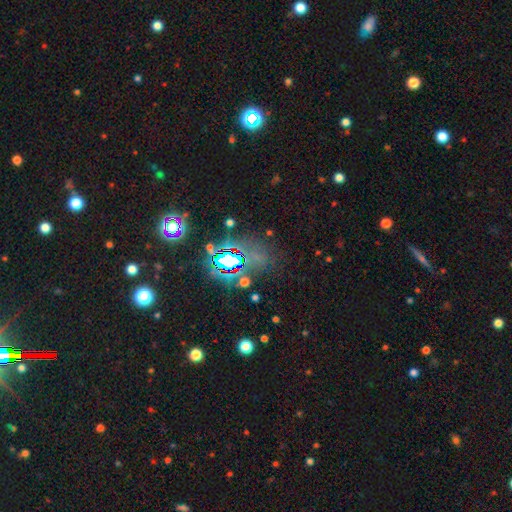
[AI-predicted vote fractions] A star or artifact, not a galaxy (67%).

Vote fractions:
- Smooth or featured? star or artifact: 67% / smooth: 21% / featured or disk: 12%